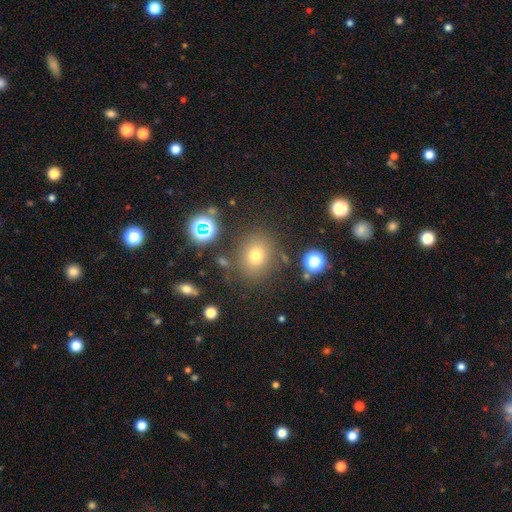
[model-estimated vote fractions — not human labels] Smooth or featured? Predicted: smooth (p=0.68). How rounded? Predicted: round (p=0.65). Merging? Predicted: none (p=0.82).